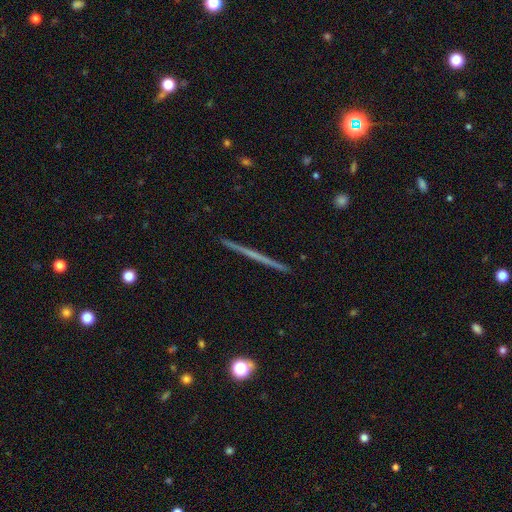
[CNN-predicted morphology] Smooth or featured?
  - featured or disk: 66% *
  - smooth: 27%
  - star or artifact: 7%
Edge-on disk?
  - yes: 98% *
  - no: 2%
Edge-on bulge?
  - none: 81% *
  - rounded: 15%
  - boxy: 4%
Merging?
  - none: 93% *
  - minor disturbance: 5%
  - major disturbance: 1%
  - merger: 1%